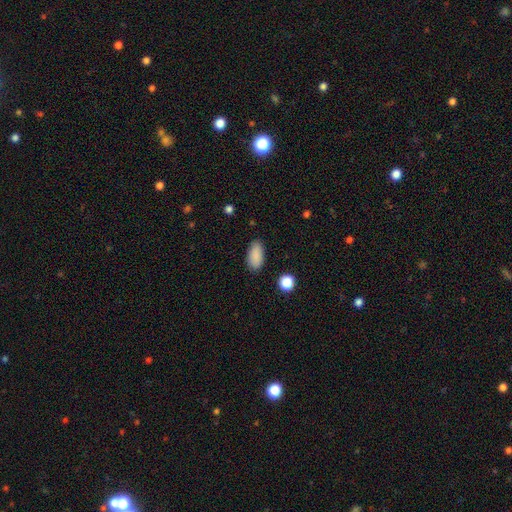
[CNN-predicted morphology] A smooth galaxy with no disk features (89%) that is in between round and cigar-shaped (91%). Merging: none (86%).